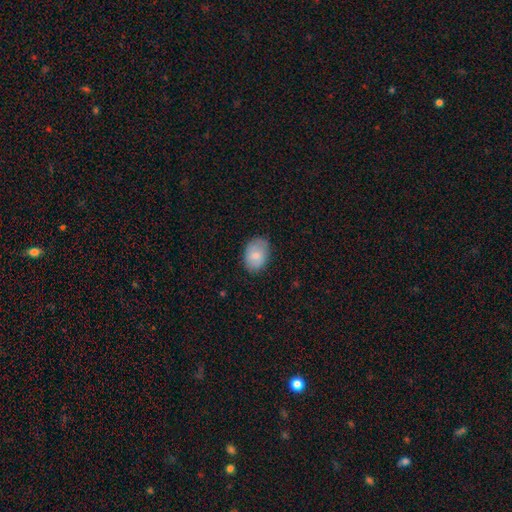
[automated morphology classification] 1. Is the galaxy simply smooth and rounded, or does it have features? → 78% smooth, 15% featured or disk, 7% star or artifact.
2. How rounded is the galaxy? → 83% in between, 16% round, 1% cigar-shaped.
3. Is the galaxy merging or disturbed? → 75% none, 20% minor disturbance, 4% major disturbance, 1% merger.